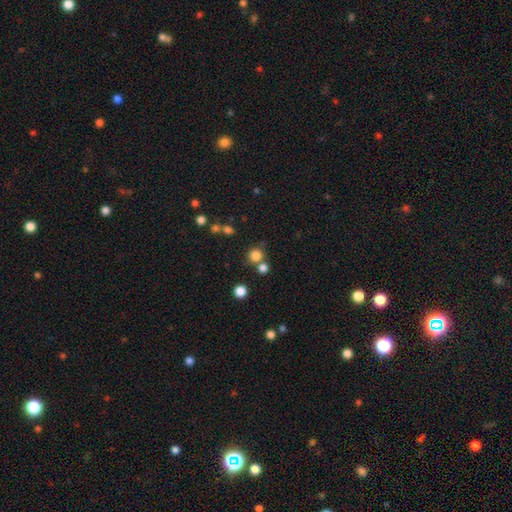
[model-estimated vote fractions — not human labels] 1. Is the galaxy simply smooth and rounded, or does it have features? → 79% smooth, 15% star or artifact, 6% featured or disk.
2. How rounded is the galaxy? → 91% round, 8% in between, 1% cigar-shaped.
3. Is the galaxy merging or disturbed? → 67% none, 22% merger, 8% minor disturbance, 3% major disturbance.